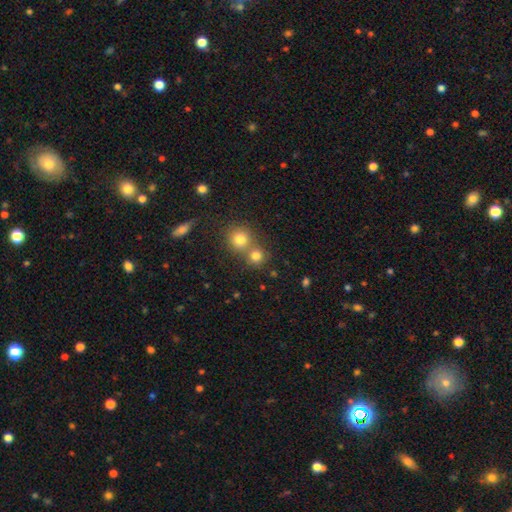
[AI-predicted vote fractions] Overall: smooth (78%). How rounded: round (87%). Merging: none (49%; merger 42%).